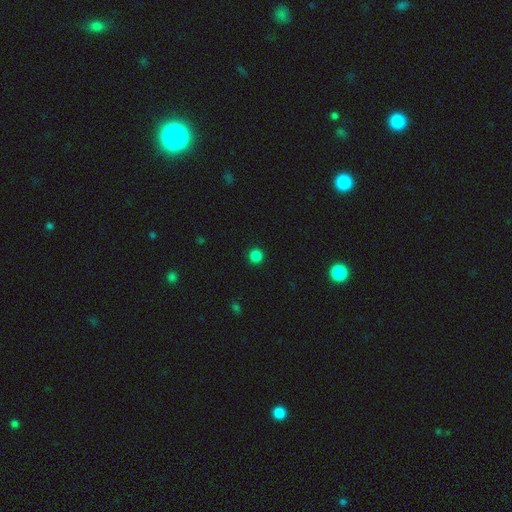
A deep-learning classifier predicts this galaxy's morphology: Q: Smooth or featured?
A: smooth (85%); runner-up: star or artifact (13%)
Q: How rounded?
A: round (95%); runner-up: in between (4%)
Q: Merging?
A: none (93%); runner-up: minor disturbance (4%)